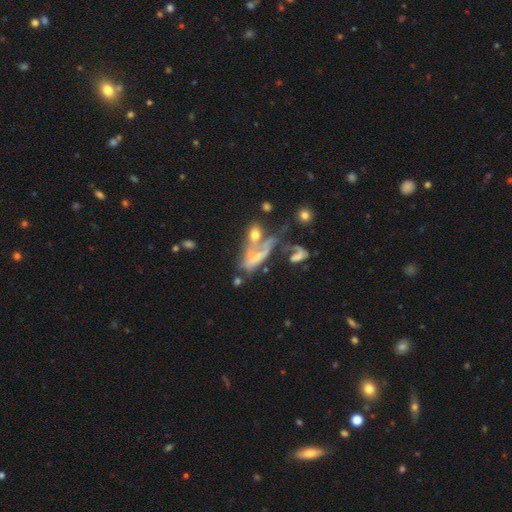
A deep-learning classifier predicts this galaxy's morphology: Smooth or featured?
  - featured or disk: 48% *
  - smooth: 34%
  - star or artifact: 17%
Merging?
  - merger: 45% *
  - major disturbance: 28%
  - none: 16%
  - minor disturbance: 11%